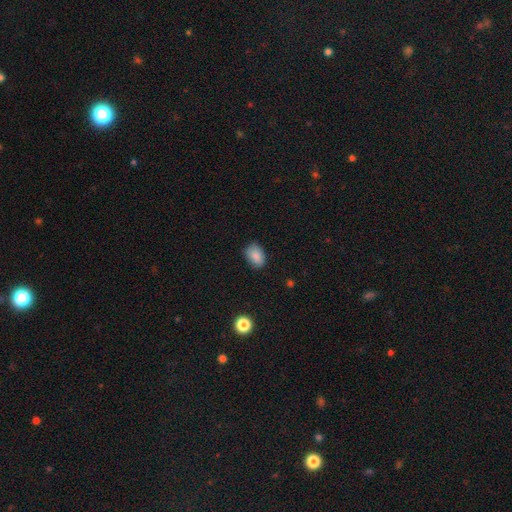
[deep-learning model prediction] Q: Smooth or featured?
A: smooth (88%); runner-up: star or artifact (8%)
Q: How rounded?
A: in between (83%); runner-up: round (16%)
Q: Merging?
A: none (81%); runner-up: minor disturbance (15%)